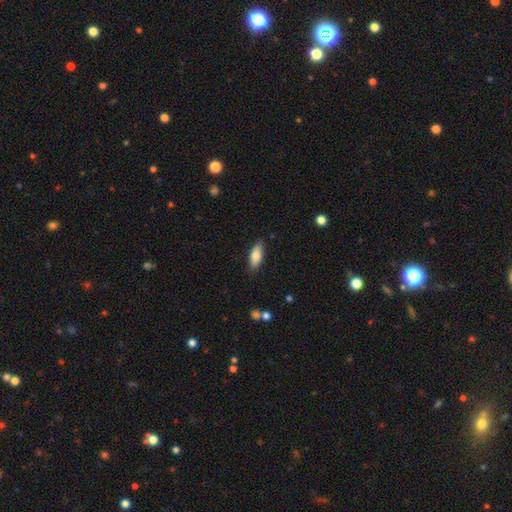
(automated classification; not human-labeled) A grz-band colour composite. It shows a smooth galaxy with no disk features (79%) that is in between round and cigar-shaped (74%). Merging: none (83%).